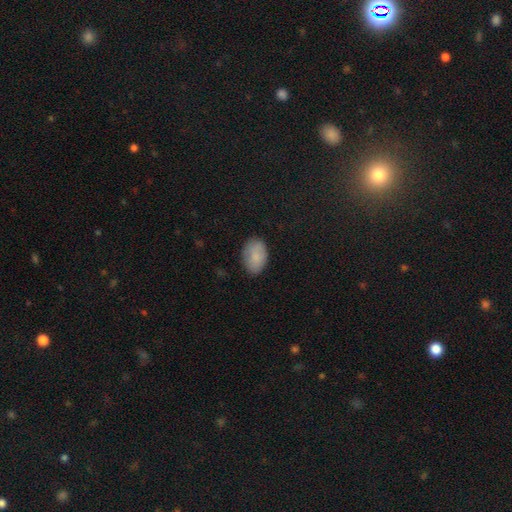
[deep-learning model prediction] The model was most divided on "merging": none: 80%, minor disturbance: 15%, major disturbance: 3%, merger: 1%. More confident: smooth or featured — smooth (85%); how rounded — in between (83%).